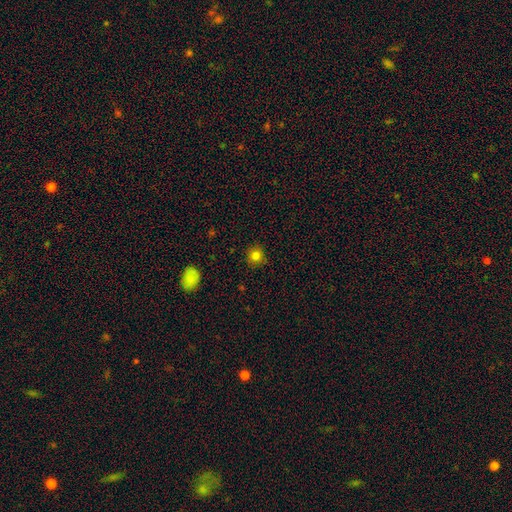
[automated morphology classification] Smooth or featured? Predicted: smooth (p=0.81). How rounded? Predicted: round (p=0.91). Merging? Predicted: none (p=0.89).